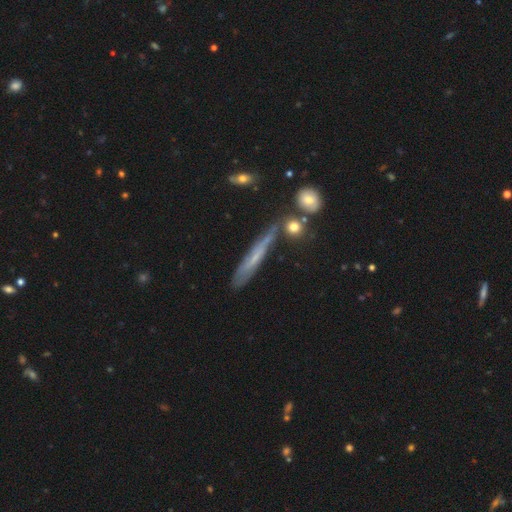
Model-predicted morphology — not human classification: This is possibly a featured or disk galaxy (51%). It is likely viewed edge-on (78%). Merging: likely none (66%).